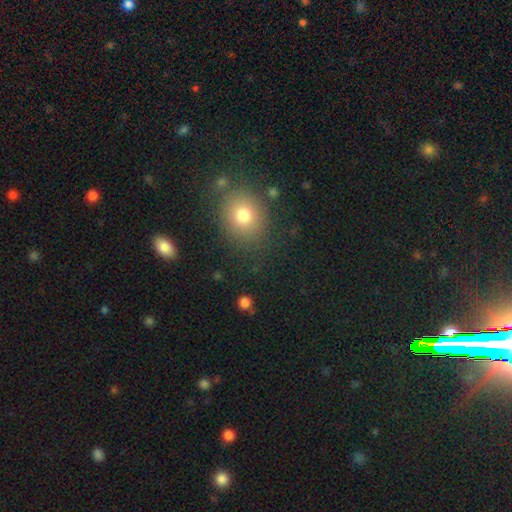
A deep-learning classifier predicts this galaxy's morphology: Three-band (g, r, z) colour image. It shows a smooth galaxy with no disk features (64%) that is round (67%). Merging: none (85%).